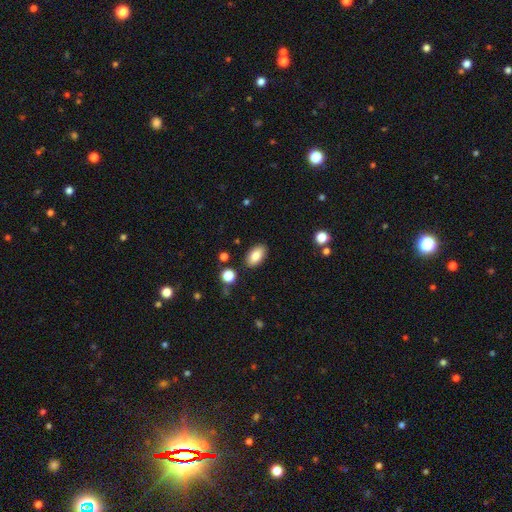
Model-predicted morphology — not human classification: This appears to be a smooth galaxy with no disk features (84%) that is in between round and cigar-shaped (93%). Merging: none (87%).